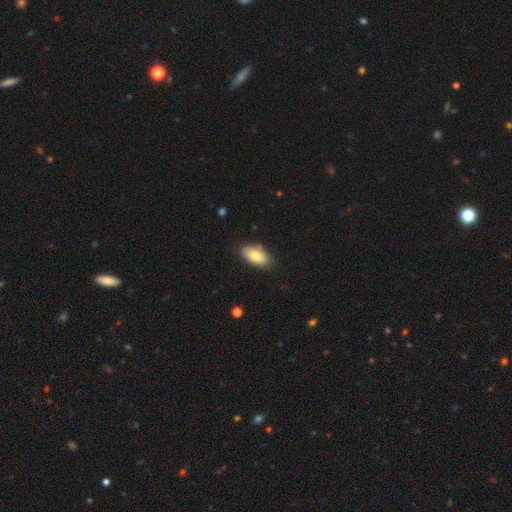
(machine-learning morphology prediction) Q: Smooth or featured?
A: smooth (80%); runner-up: featured or disk (14%)
Q: How rounded?
A: in between (93%); runner-up: round (3%)
Q: Merging?
A: none (82%); runner-up: minor disturbance (14%)